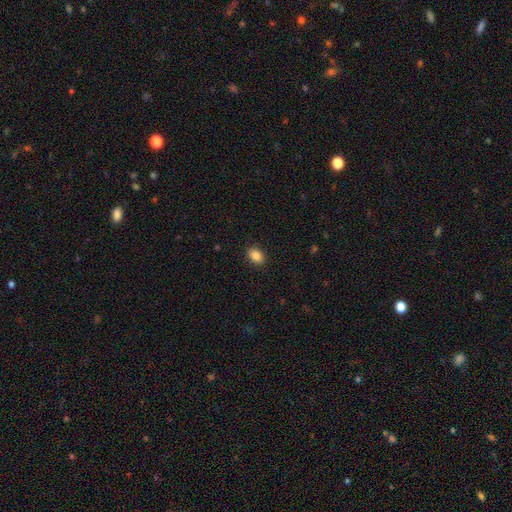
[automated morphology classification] This appears to be a smooth galaxy with no disk features (87%) that is in between round and cigar-shaped (76%). Merging: none (90%).